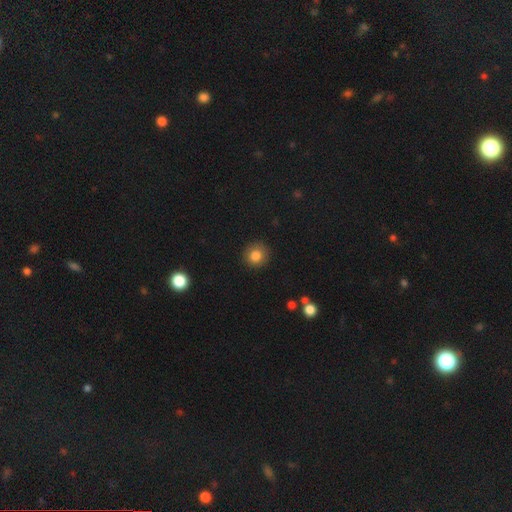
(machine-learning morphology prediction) Smooth or featured?
  - smooth: 83% *
  - star or artifact: 10%
  - featured or disk: 7%
How rounded?
  - round: 92% *
  - in between: 7%
  - cigar-shaped: 1%
Merging?
  - none: 89% *
  - minor disturbance: 8%
  - major disturbance: 2%
  - merger: 1%